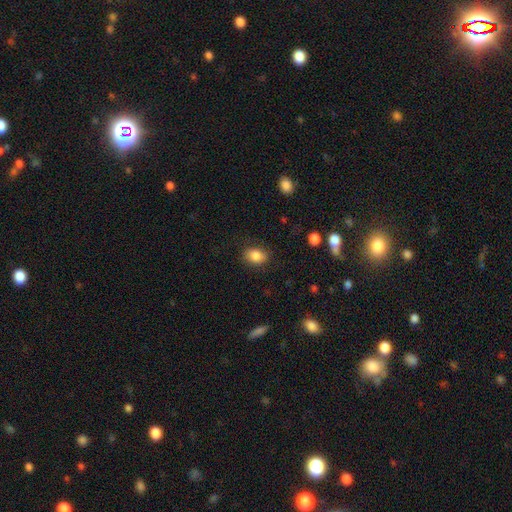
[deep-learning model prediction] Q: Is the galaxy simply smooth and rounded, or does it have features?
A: smooth — 85%.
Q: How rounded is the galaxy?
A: in between — 69%.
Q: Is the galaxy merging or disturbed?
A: none — 81%.